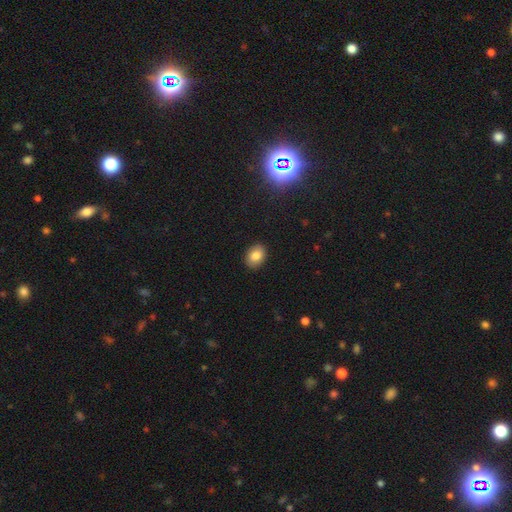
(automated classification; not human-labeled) Overall: smooth (83%). How rounded: in between (71%). Merging: none (90%).